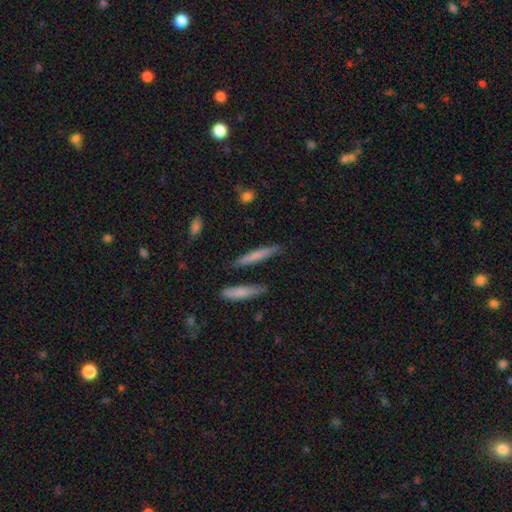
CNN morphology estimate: smooth 64%, featured or disk 29%, star or artifact 7%. Down the decision tree: how rounded — cigar-shaped (92%); merging — none (82%).